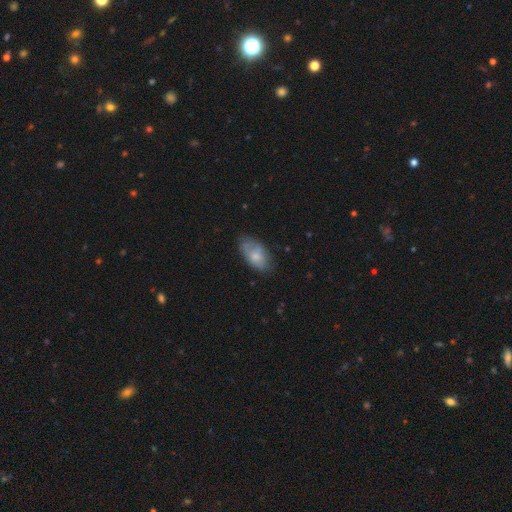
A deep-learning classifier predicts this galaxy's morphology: type=smooth (66%); roundness=in between (93%); merging=none (58%).